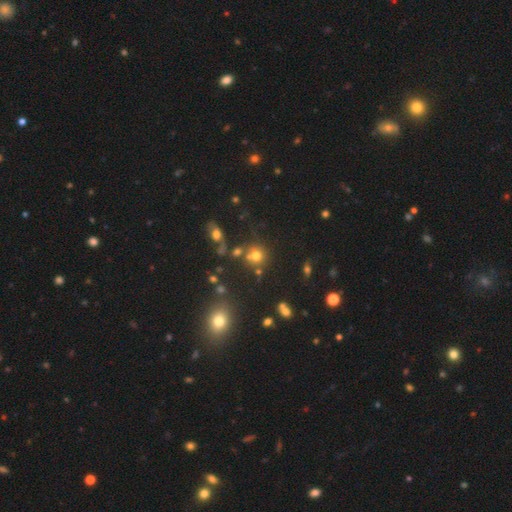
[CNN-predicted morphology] smooth 68%, star or artifact 21%, featured or disk 11%. Down the decision tree: how rounded — round (87%); merging — none (63%).